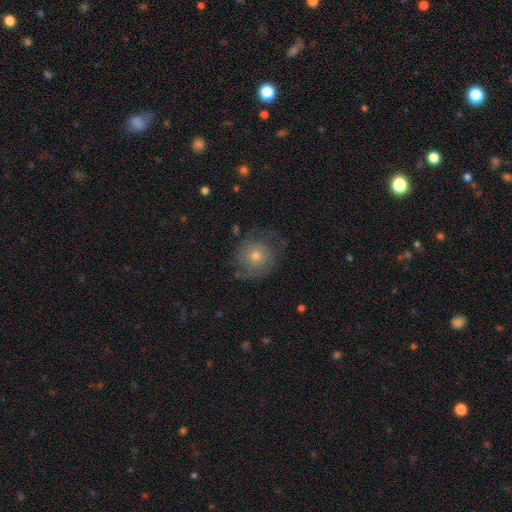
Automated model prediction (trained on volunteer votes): Smooth or featured?
  - featured or disk: 47% *
  - smooth: 42%
  - star or artifact: 11%
Merging?
  - none: 66% *
  - minor disturbance: 19%
  - major disturbance: 14%
  - merger: 1%